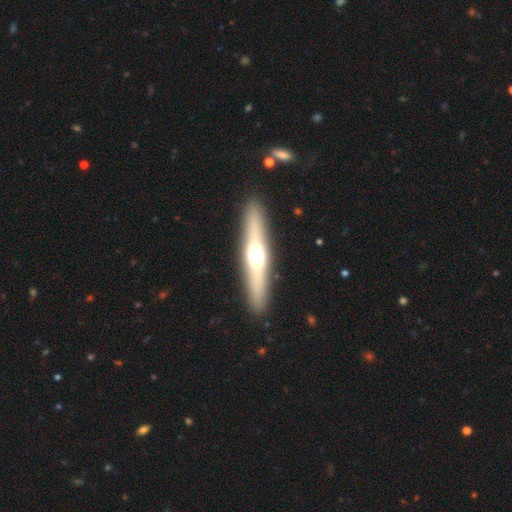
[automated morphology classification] featured or disk 55%, smooth 39%, star or artifact 6%. Down the decision tree: edge-on disk — yes (92%); edge-on bulge — rounded (91%); merging — none (90%).